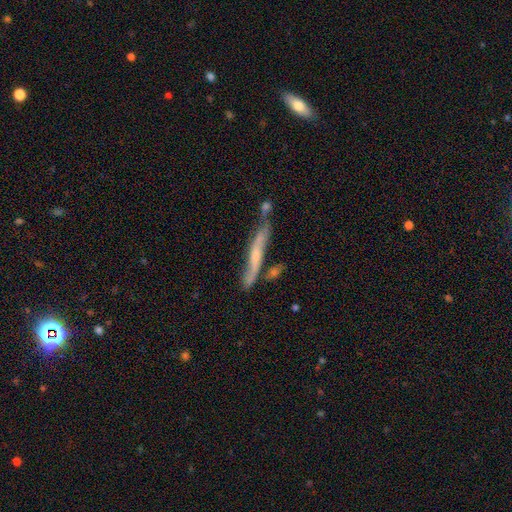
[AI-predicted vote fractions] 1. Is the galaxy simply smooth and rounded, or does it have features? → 60% featured or disk, 33% smooth, 7% star or artifact.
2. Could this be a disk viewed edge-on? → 78% yes, 22% no.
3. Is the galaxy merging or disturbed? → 51% none, 22% minor disturbance, 18% merger, 9% major disturbance.